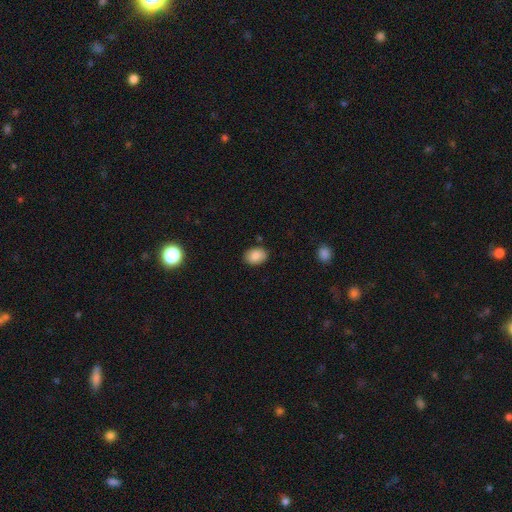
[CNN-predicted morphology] smooth-or-featured: smooth: 87% | star or artifact: 8% | featured or disk: 5%
  how-rounded: in between: 80% | round: 18% | cigar-shaped: 1%
  merging: none: 85% | minor disturbance: 11% | major disturbance: 2% | merger: 1%